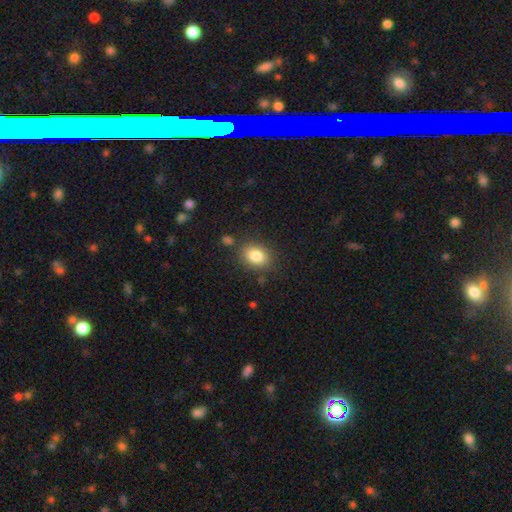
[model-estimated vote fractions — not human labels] smooth_or_featured: smooth (p=0.84) [alt: star or artifact p=0.09]
how_rounded: in between (p=0.64) [alt: round p=0.35]
merging: none (p=0.80) [alt: minor disturbance p=0.12]